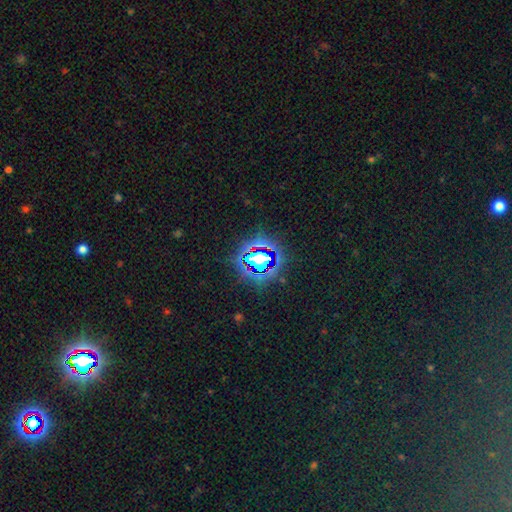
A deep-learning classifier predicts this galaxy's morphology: star or artifact 81%, smooth 12%, featured or disk 7%.